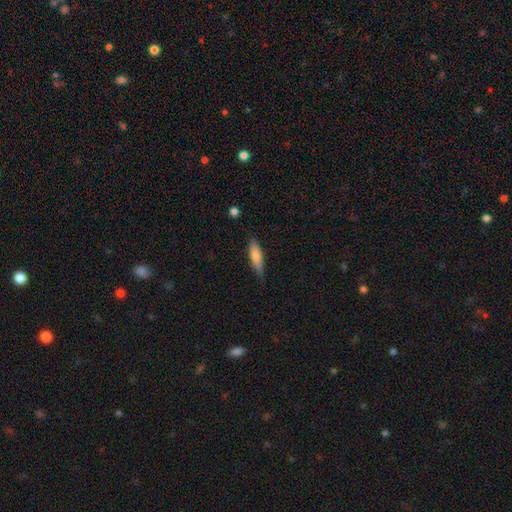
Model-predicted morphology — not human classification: Smooth or featured: smooth — 77% (featured or disk — 17%)
How rounded: cigar-shaped — 59% (in between — 39%)
Merging: none — 75% (minor disturbance — 20%)